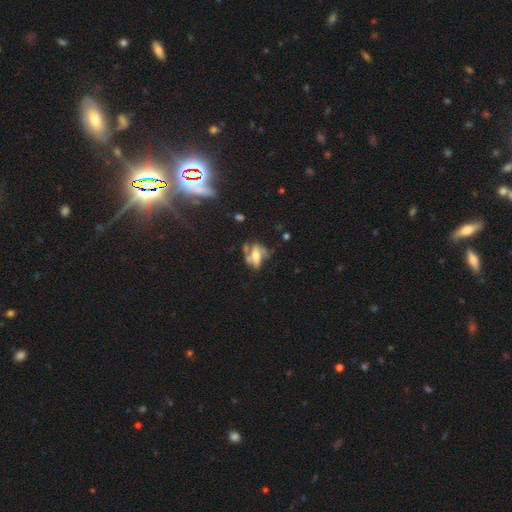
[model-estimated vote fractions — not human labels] smooth-or-featured: featured or disk: 52% | smooth: 36% | star or artifact: 13%
  disk-edge-on: no: 82% | yes: 18%
  merging: none: 33% | merger: 26% | major disturbance: 22% | minor disturbance: 20%